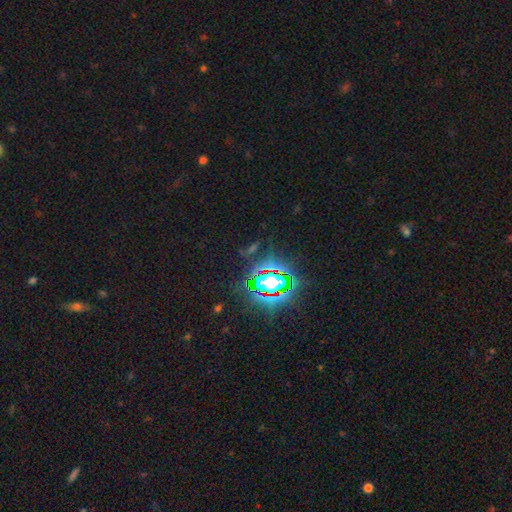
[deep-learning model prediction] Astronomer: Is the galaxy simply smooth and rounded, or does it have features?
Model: star or artifact — 83%.